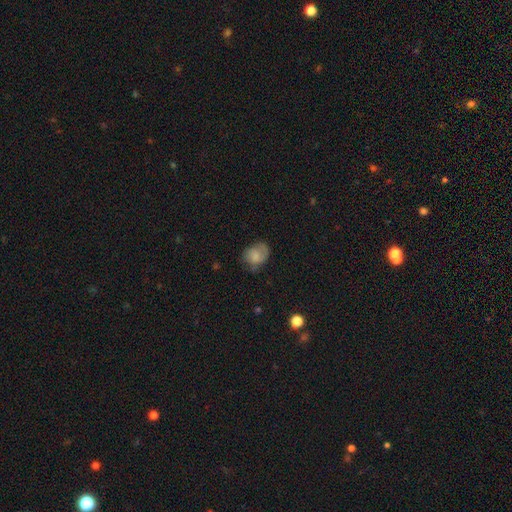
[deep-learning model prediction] Smooth or featured: smooth — 72% (featured or disk — 19%)
How rounded: in between — 60% (round — 39%)
Merging: none — 53% (minor disturbance — 31%)